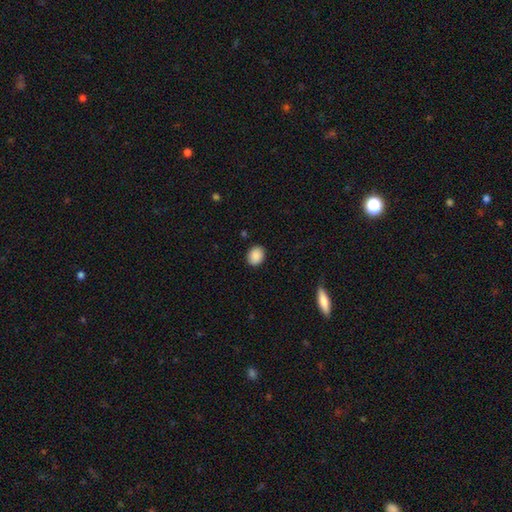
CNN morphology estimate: Overall: smooth (89%). How rounded: round (50%; in between 49%). Merging: none (89%).